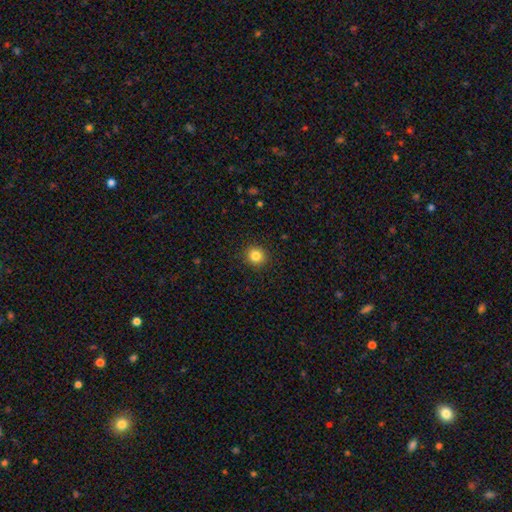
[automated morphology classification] A smooth galaxy with no disk features (84%) that is round (91%).

Vote fractions:
- Smooth or featured? smooth: 84% / star or artifact: 11% / featured or disk: 5%
- How rounded? round: 91% / in between: 8% / cigar-shaped: 1%
- Merging? none: 92% / minor disturbance: 5% / major disturbance: 2% / merger: 1%